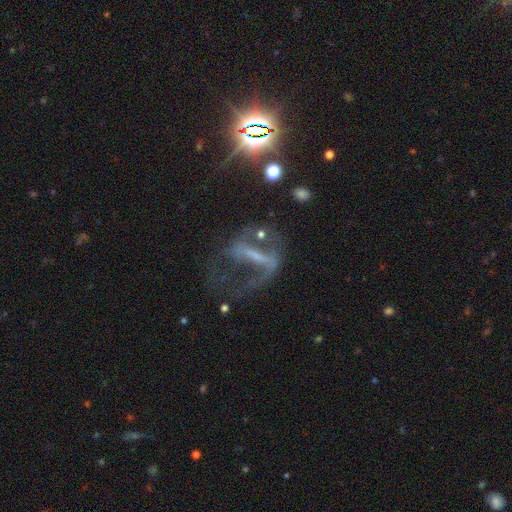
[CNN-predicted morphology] Overall: featured or disk (68%). Edge-on disk: no (88%). Bar: strong (64%). Spiral arms: yes (62%; no 38%). Bulge size: none (45%; small 35%). Merging: major disturbance (44%; none 35%).